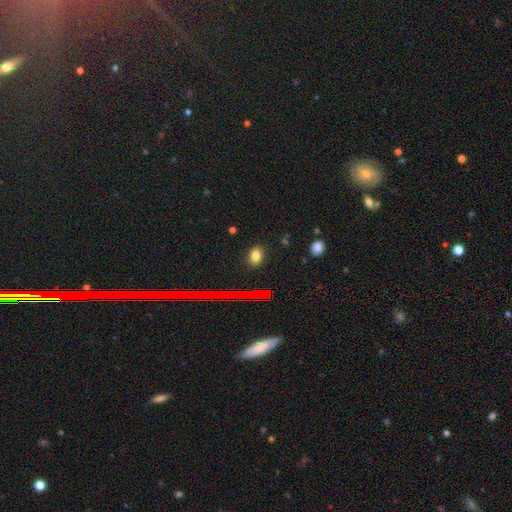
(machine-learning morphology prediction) Smooth or featured?
  - smooth: 77% *
  - star or artifact: 15%
  - featured or disk: 8%
How rounded?
  - in between: 74% *
  - round: 23%
  - cigar-shaped: 2%
Merging?
  - none: 87% *
  - minor disturbance: 9%
  - major disturbance: 3%
  - merger: 1%